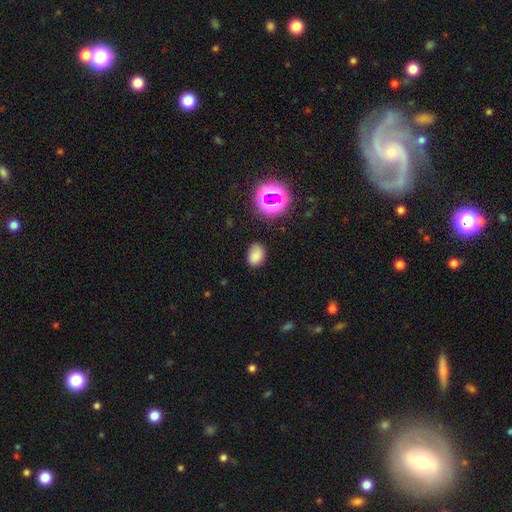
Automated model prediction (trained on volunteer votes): Smooth or featured? smooth (77%)
How rounded? in between (72%)
Merging? none (79%)